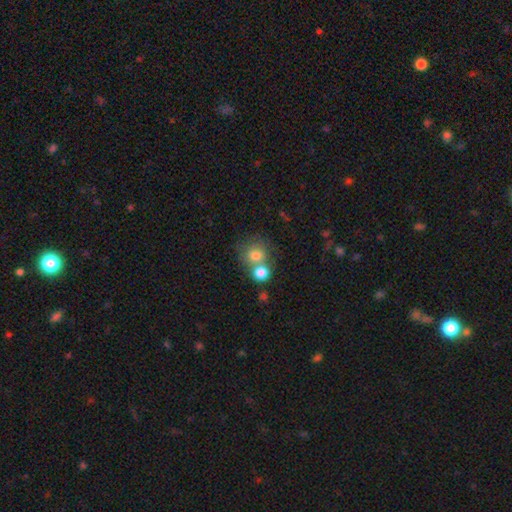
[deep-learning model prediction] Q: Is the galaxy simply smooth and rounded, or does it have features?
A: smooth — 74%.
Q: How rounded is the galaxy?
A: round — 80%.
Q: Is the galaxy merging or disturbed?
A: merger — 47%.